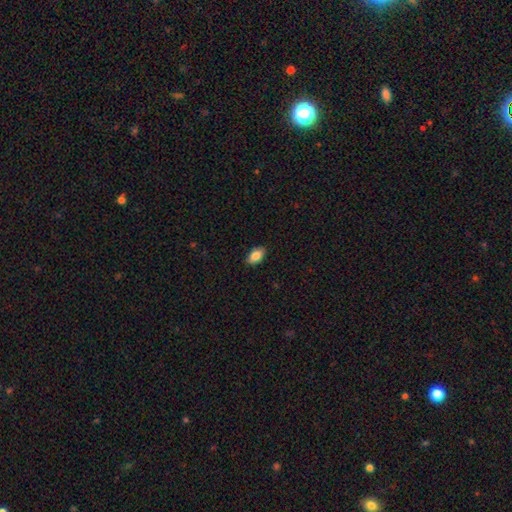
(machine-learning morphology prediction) Overall: smooth (86%). How rounded: in between (92%). Merging: none (88%).